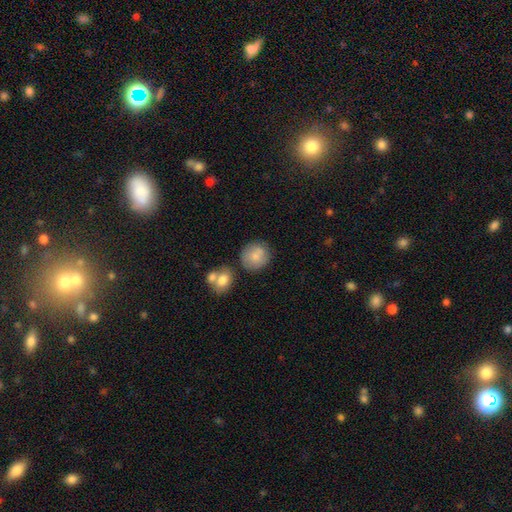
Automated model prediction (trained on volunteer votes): A smooth galaxy with no disk features (79%) that is round (83%). Merging: none (66%).